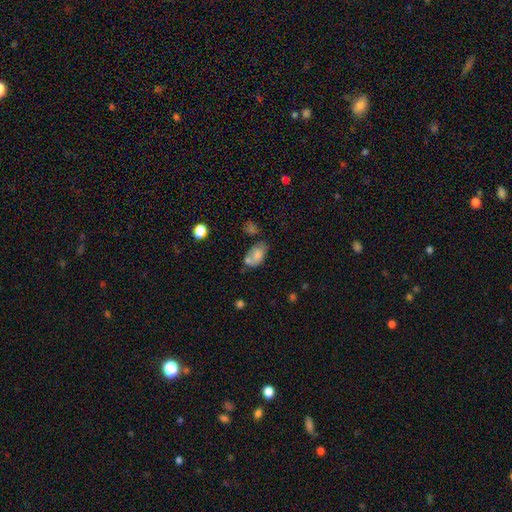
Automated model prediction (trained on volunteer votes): A smooth galaxy with no disk features (72%) that is in between round and cigar-shaped (89%).

Vote fractions:
- Smooth or featured? smooth: 72% / featured or disk: 19% / star or artifact: 10%
- How rounded? in between: 89% / round: 9% / cigar-shaped: 2%
- Merging? none: 40% / merger: 28% / minor disturbance: 22% / major disturbance: 10%